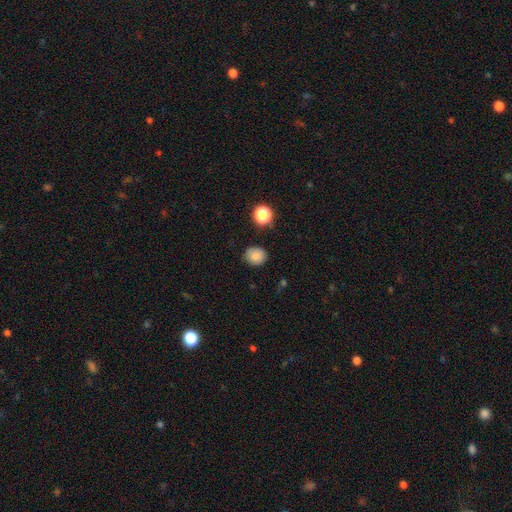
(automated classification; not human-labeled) Smooth or featured? Predicted: smooth (p=0.83). How rounded? Predicted: round (p=0.76). Merging? Predicted: none (p=0.85).